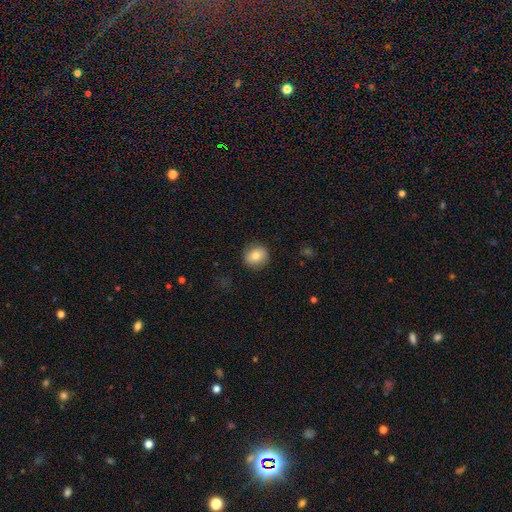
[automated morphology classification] smooth 78%, featured or disk 13%, star or artifact 9%. Down the decision tree: how rounded — round (82%); merging — none (86%).